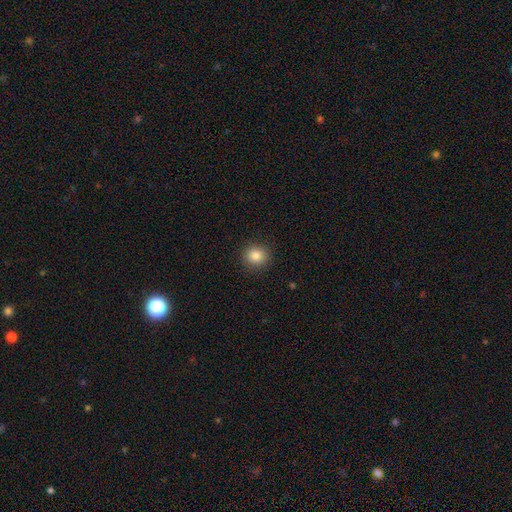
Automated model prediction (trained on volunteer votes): Q: Smooth or featured?
A: smooth (85%); runner-up: star or artifact (10%)
Q: How rounded?
A: round (88%); runner-up: in between (11%)
Q: Merging?
A: none (90%); runner-up: minor disturbance (7%)